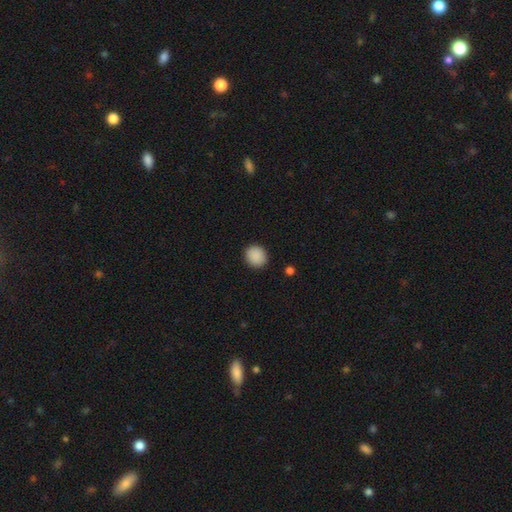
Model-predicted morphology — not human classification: Smooth or featured? smooth (90%)
How rounded? round (80%)
Merging? none (91%)